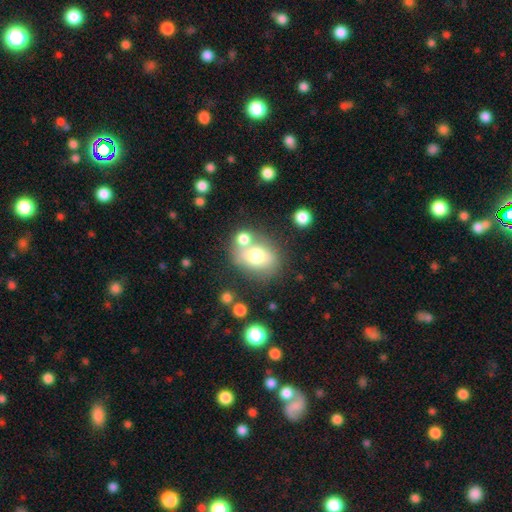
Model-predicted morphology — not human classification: This is likely a smooth galaxy (67%). How rounded: possibly round (52%). Merging: possibly none (53%).